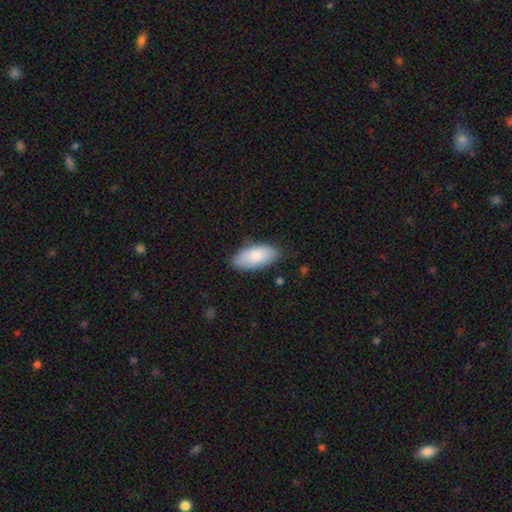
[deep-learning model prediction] Smooth or featured? smooth (79%)
How rounded? in between (92%)
Merging? none (78%)